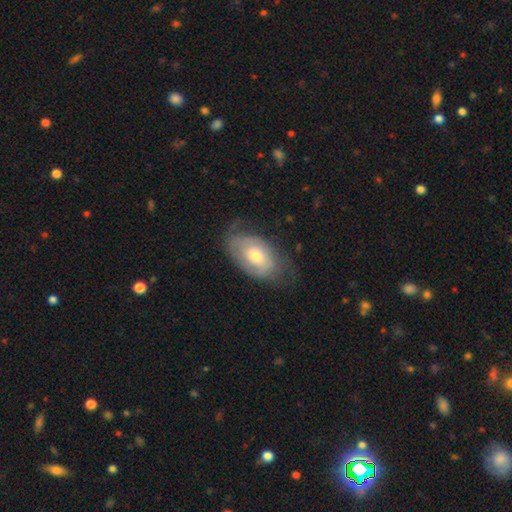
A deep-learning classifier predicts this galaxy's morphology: smooth_or_featured: featured or disk (p=0.52) [alt: smooth p=0.39]
disk_edge_on: no (p=0.91) [alt: yes p=0.09]
merging: none (p=0.68) [alt: minor disturbance p=0.23]